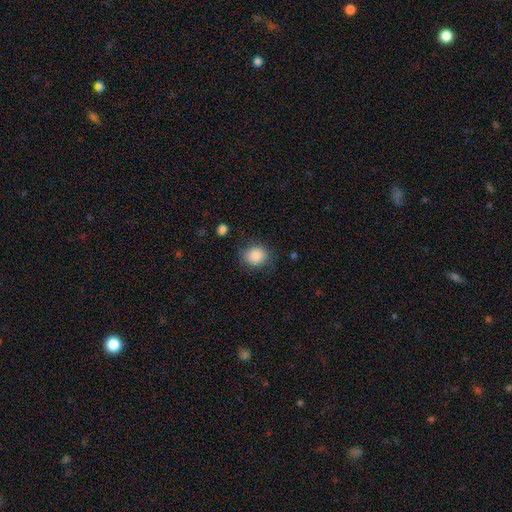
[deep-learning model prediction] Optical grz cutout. It shows a smooth galaxy with no disk features (87%) that is round (70%). Merging: none (77%).